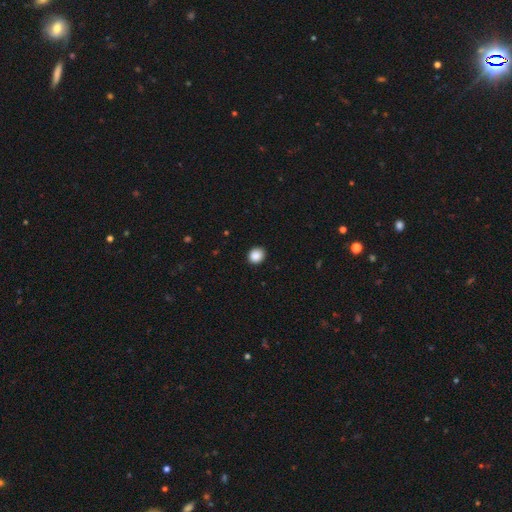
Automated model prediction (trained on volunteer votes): smooth-or-featured: smooth: 88% | star or artifact: 9% | featured or disk: 3%
  how-rounded: round: 74% | in between: 25% | cigar-shaped: 1%
  merging: none: 90% | minor disturbance: 7% | major disturbance: 2% | merger: 1%